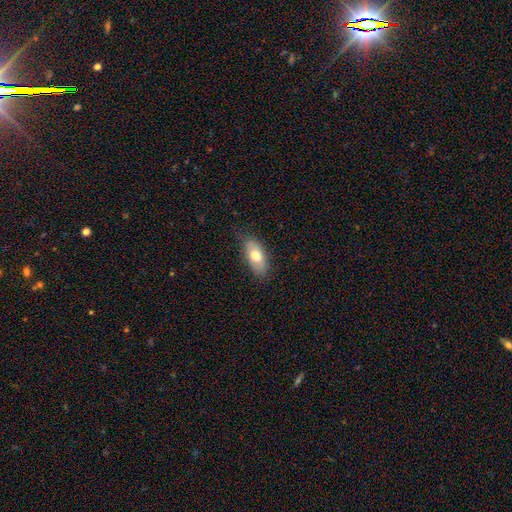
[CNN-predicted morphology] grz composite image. It shows a smooth galaxy with no disk features (72%) that is in between round and cigar-shaped (87%). Merging: none (75%).